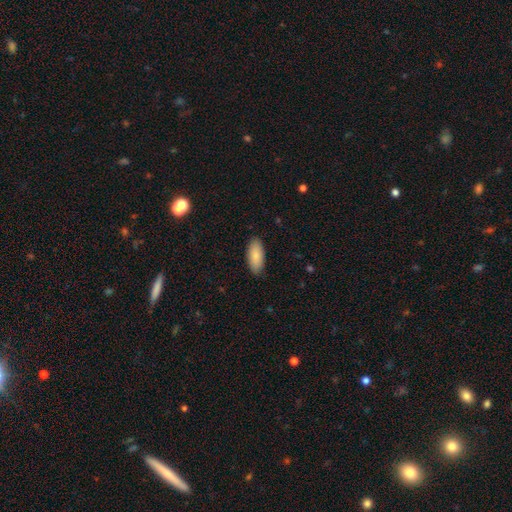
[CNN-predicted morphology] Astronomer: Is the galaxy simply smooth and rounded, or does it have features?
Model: smooth — 88%.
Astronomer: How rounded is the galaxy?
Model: in between — 87%.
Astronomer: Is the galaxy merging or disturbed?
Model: none — 89%.